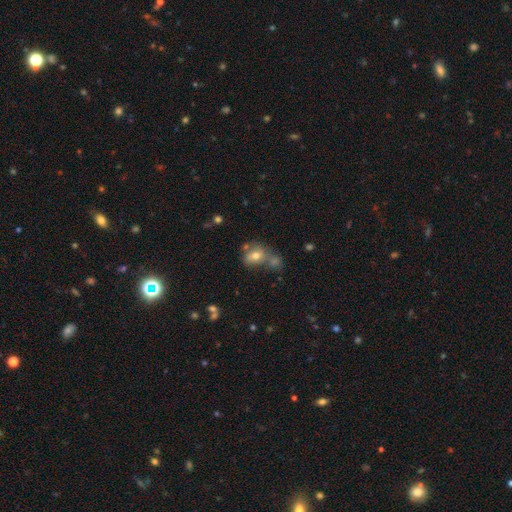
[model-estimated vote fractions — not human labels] smooth-or-featured: smooth: 68% | featured or disk: 20% | star or artifact: 12%
  how-rounded: in between: 54% | round: 44% | cigar-shaped: 2%
  merging: merger: 38% (tied) | none: 38% (tied) | minor disturbance: 16% | major disturbance: 8%